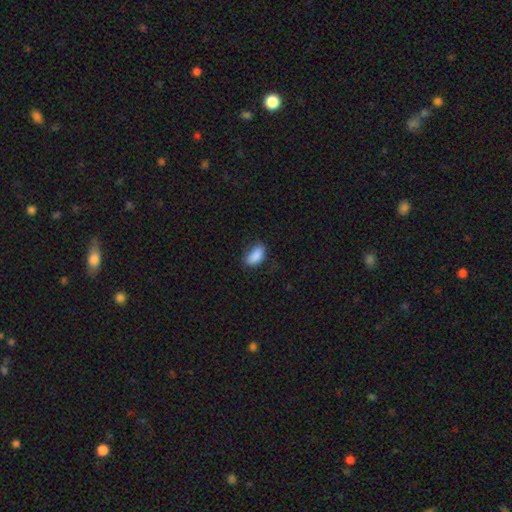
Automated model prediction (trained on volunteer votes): Smooth or featured?
  - smooth: 88% *
  - star or artifact: 8%
  - featured or disk: 4%
How rounded?
  - in between: 92% *
  - round: 4%
  - cigar-shaped: 4%
Merging?
  - none: 71% *
  - minor disturbance: 23%
  - major disturbance: 5%
  - merger: 1%